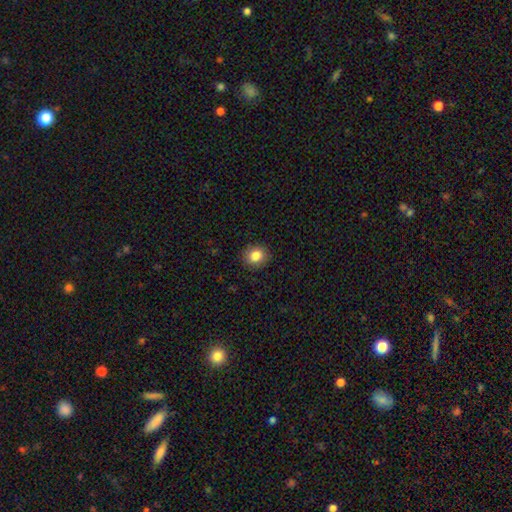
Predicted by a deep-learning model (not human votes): Smooth or featured?
  - smooth: 84% *
  - star or artifact: 10%
  - featured or disk: 6%
How rounded?
  - round: 71% *
  - in between: 28%
  - cigar-shaped: 1%
Merging?
  - none: 90% *
  - minor disturbance: 8%
  - major disturbance: 2%
  - merger: 1%